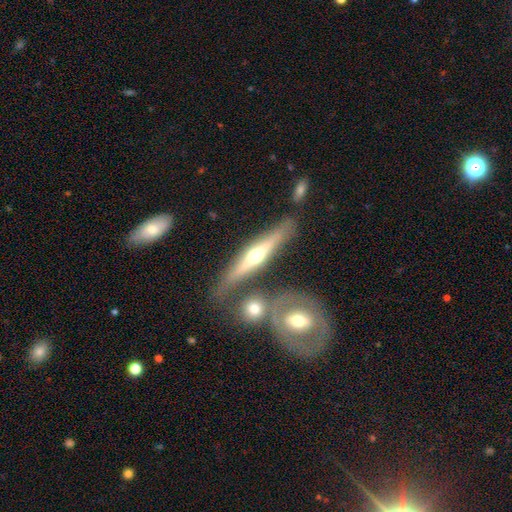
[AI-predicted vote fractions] smooth-or-featured: featured or disk: 68% | smooth: 26% | star or artifact: 6%
  disk-edge-on: yes: 93% | no: 7%
    edge-on-bulge: rounded: 92% | none: 4% | boxy: 4%
  merging: none: 74% | merger: 12% | minor disturbance: 11% | major disturbance: 3%